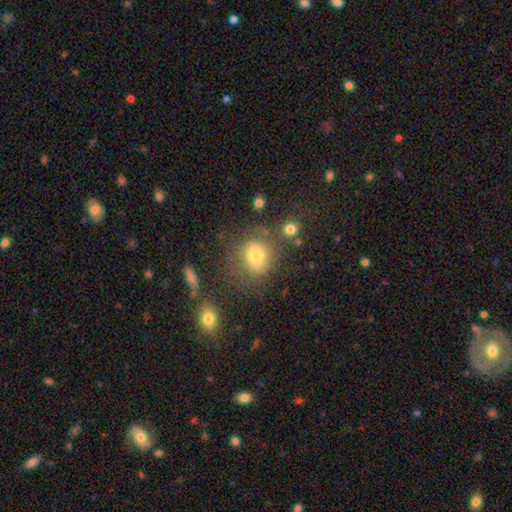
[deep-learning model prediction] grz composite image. It shows a smooth galaxy with no disk features (76%) that is round (64%). Merging: none (64%).